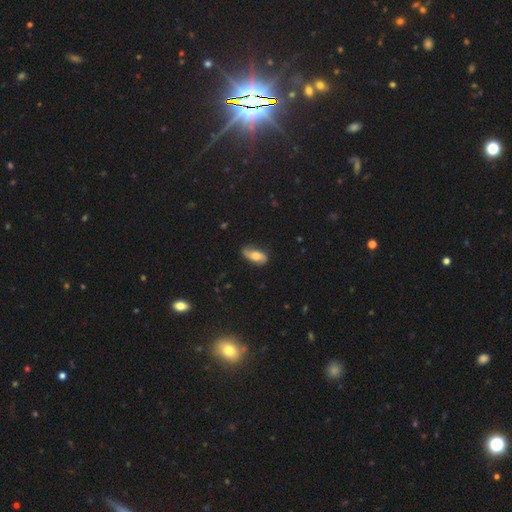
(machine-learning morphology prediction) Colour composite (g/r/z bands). It shows a featured or disk galaxy (49%). Merging: none (74%).